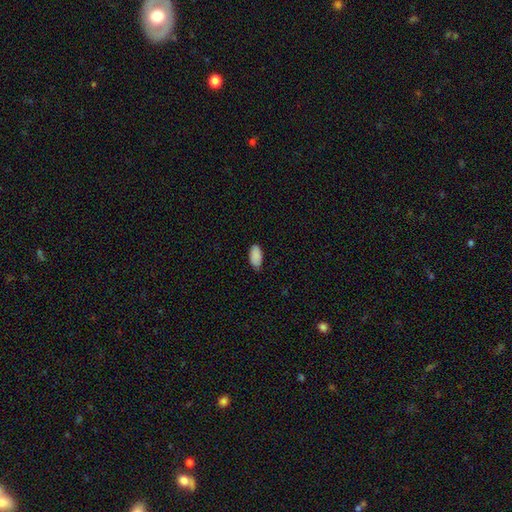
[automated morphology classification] This is clearly a smooth galaxy (89%). How rounded: clearly in between (94%). Merging: likely none (79%).